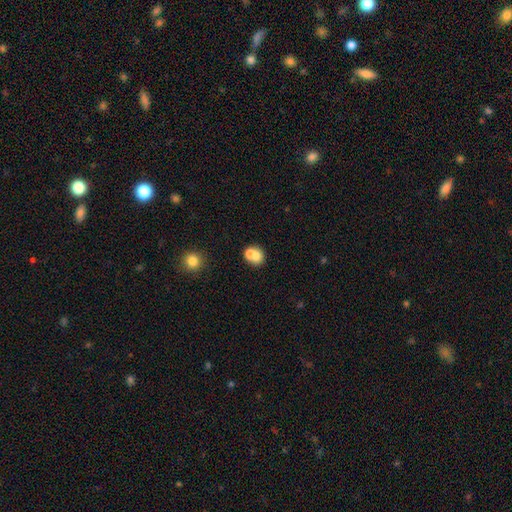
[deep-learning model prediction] Smooth or featured: smooth — 71% (featured or disk — 19%)
How rounded: round — 69% (in between — 30%)
Merging: merger — 50% (none — 38%)